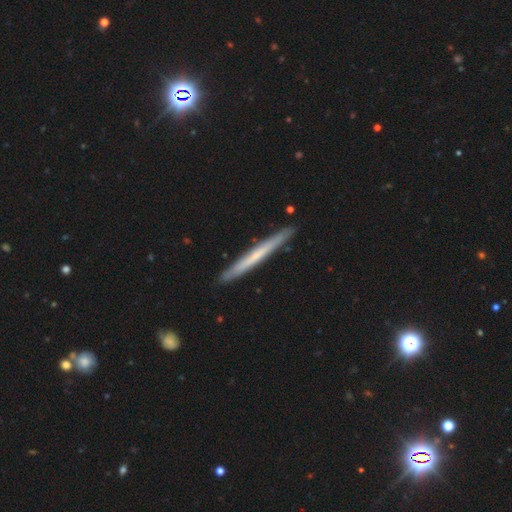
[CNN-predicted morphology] Smooth or featured: featured or disk — 48% (smooth — 46%)
Merging: none — 90% (minor disturbance — 7%)